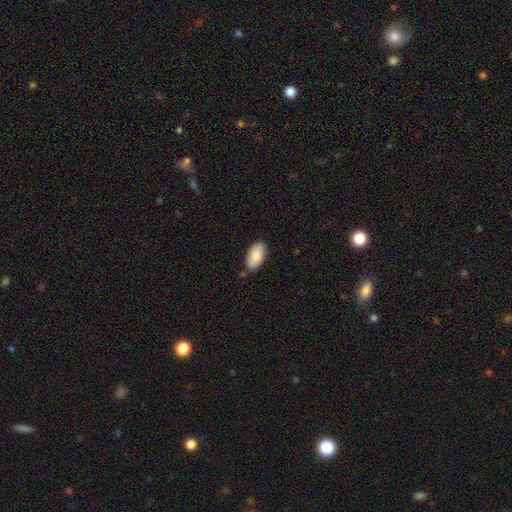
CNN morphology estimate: Smooth or featured: smooth — 87% (featured or disk — 7%)
How rounded: in between — 95% (round — 2%)
Merging: none — 82% (minor disturbance — 13%)